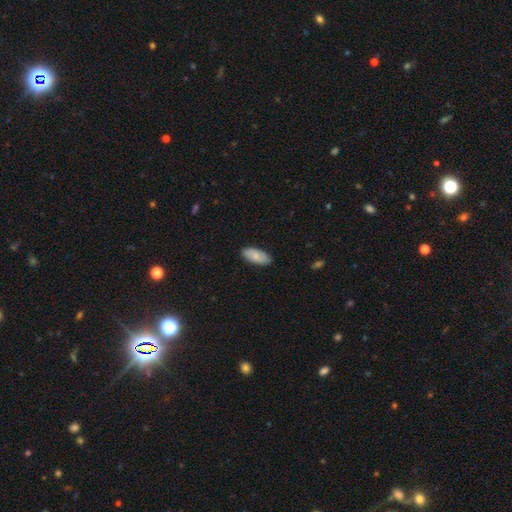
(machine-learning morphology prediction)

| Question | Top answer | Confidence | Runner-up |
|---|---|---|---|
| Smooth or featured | smooth | 78% | featured or disk (16%) |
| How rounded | in between | 91% | cigar-shaped (7%) |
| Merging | none | 87% | minor disturbance (11%) |